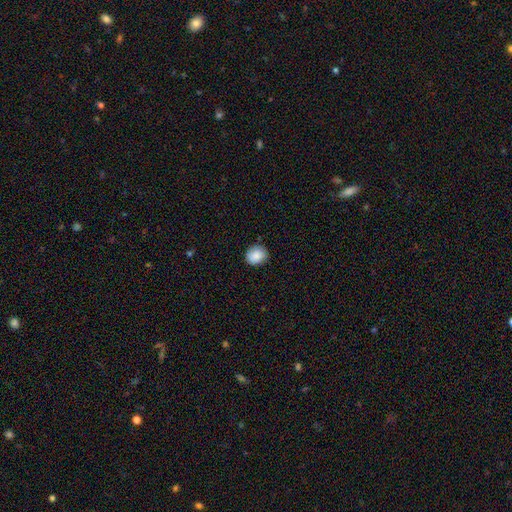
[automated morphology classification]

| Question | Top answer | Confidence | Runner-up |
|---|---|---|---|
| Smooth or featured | smooth | 87% | star or artifact (8%) |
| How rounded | round | 73% | in between (26%) |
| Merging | none | 84% | minor disturbance (13%) |